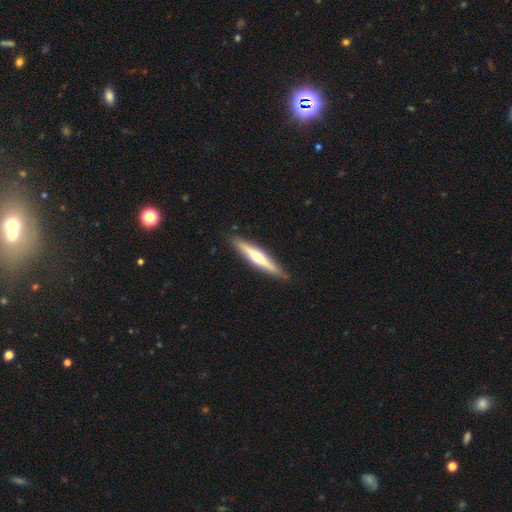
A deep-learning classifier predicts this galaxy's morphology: smooth-or-featured: featured or disk: 61% | smooth: 34% | star or artifact: 5%
  disk-edge-on: yes: 96% | no: 4%
    edge-on-bulge: rounded: 86% | none: 9% | boxy: 5%
  merging: none: 90% | minor disturbance: 8% | major disturbance: 1% | merger: 1%